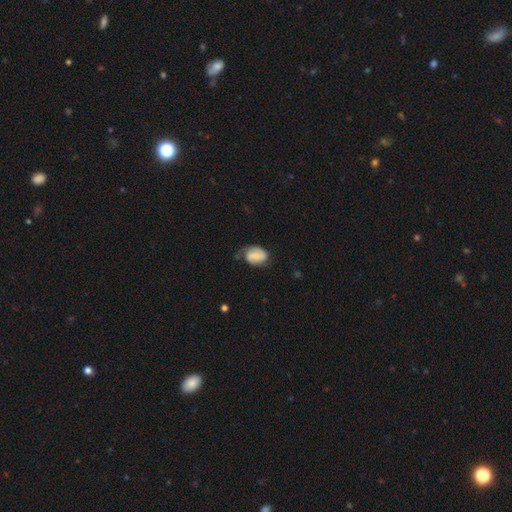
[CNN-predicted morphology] Smooth or featured? smooth (48%)
Merging? none (46%)